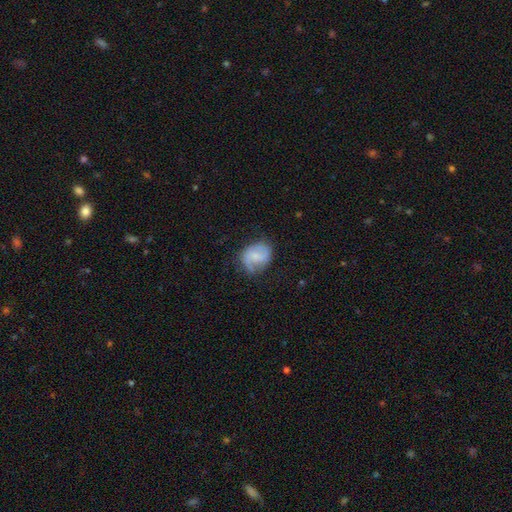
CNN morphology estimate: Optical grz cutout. It shows a featured or disk galaxy (58%) with a weak bar (47%), 2 (77%) medium (46%) spiral arms (89%) and a small central bulge (50%). Merging: none (64%).